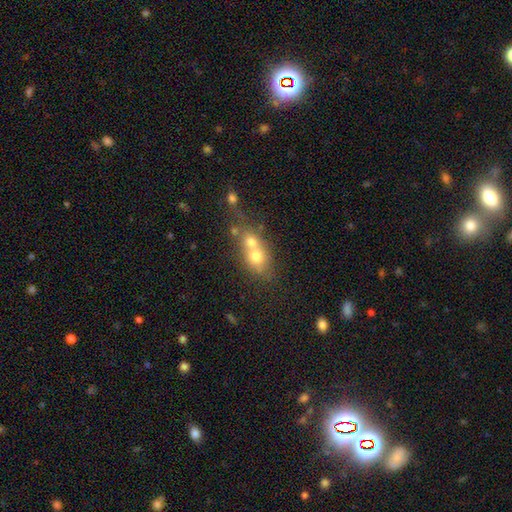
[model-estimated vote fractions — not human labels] Overall: smooth (64%; featured or disk 25%). How rounded: round (53%; in between 43%). Merging: merger (68%).